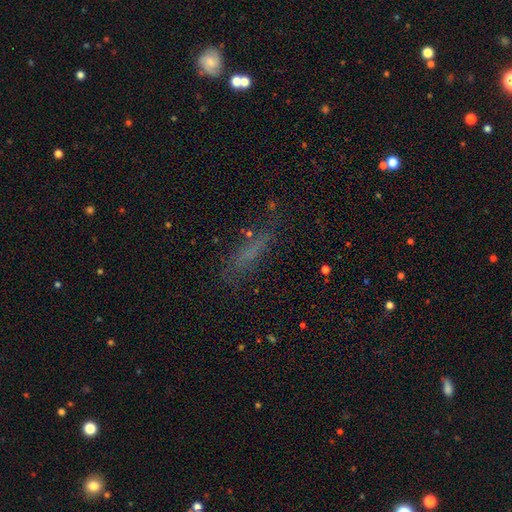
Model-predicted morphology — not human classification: This is possibly a smooth galaxy (55%). How rounded: likely cigar-shaped (67%). Merging: possibly none (58%).